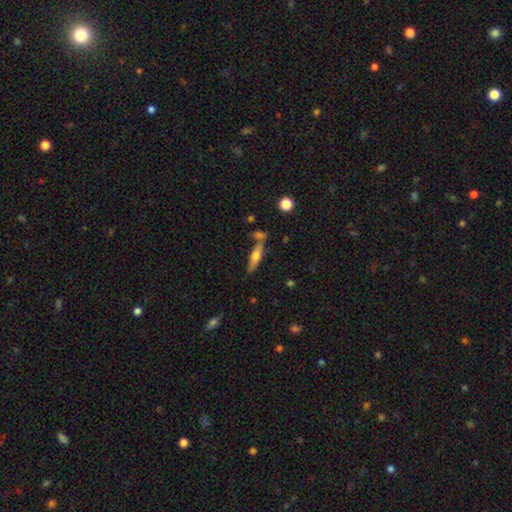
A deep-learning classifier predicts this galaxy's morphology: A smooth galaxy with no disk features (47%).

Vote fractions:
- Smooth or featured? smooth: 47% / featured or disk: 46% / star or artifact: 7%
- Merging? none: 64% / merger: 16% / minor disturbance: 15% / major disturbance: 5%